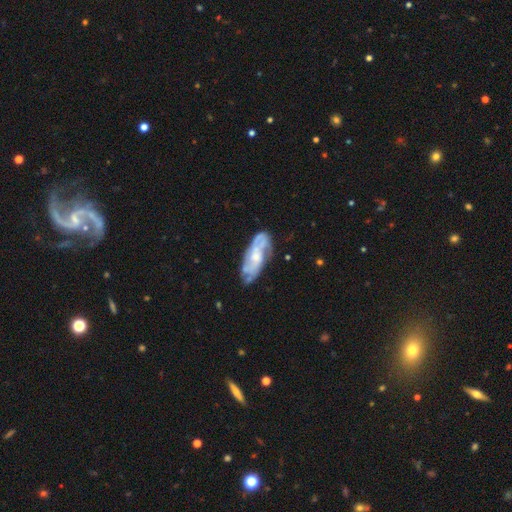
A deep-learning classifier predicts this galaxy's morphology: Smooth or featured?
  - featured or disk: 74% *
  - smooth: 20%
  - star or artifact: 6%
Edge-on disk?
  - no: 90% *
  - yes: 10%
Bar?
  - no: 64% *
  - weak: 30%
  - strong: 6%
Spiral arms?
  - yes: 88% *
  - no: 12%
Spiral winding?
  - medium: 41% * (tied)
  - tight: 41% * (tied)
  - loose: 18%
Spiral arm count?
  - can't tell: 33% *
  - 2: 32%
  - 3: 20%
  - 4: 8%
  - 1: 4%
  - more than 4: 3%
Bulge size?
  - moderate: 45% *
  - small: 44%
  - none: 6%
  - large: 4%
  - dominant: 1%
Merging?
  - none: 67% *
  - minor disturbance: 22%
  - major disturbance: 8%
  - merger: 3%